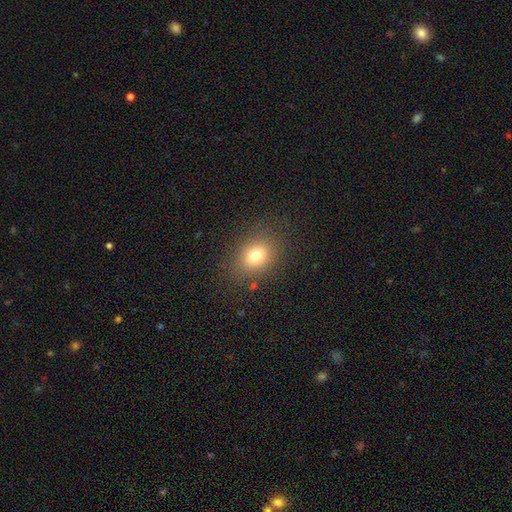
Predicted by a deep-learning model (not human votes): Smooth or featured?
  - smooth: 76% *
  - star or artifact: 13%
  - featured or disk: 10%
How rounded?
  - in between: 55% *
  - round: 44%
  - cigar-shaped: 1%
Merging?
  - none: 83% *
  - minor disturbance: 10%
  - major disturbance: 5%
  - merger: 1%